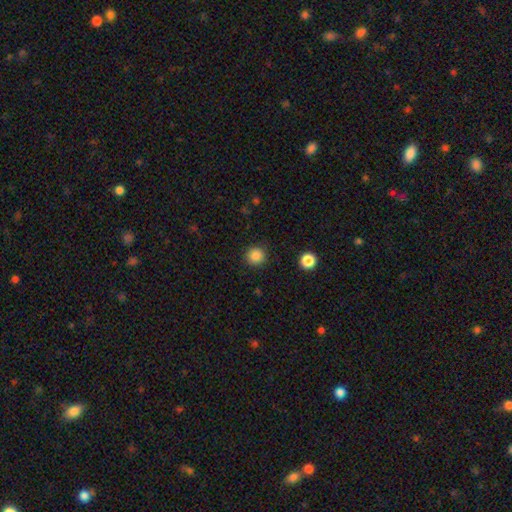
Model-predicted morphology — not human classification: Q: Smooth or featured?
A: smooth (86%); runner-up: star or artifact (11%)
Q: How rounded?
A: round (93%); runner-up: in between (6%)
Q: Merging?
A: none (90%); runner-up: minor disturbance (6%)